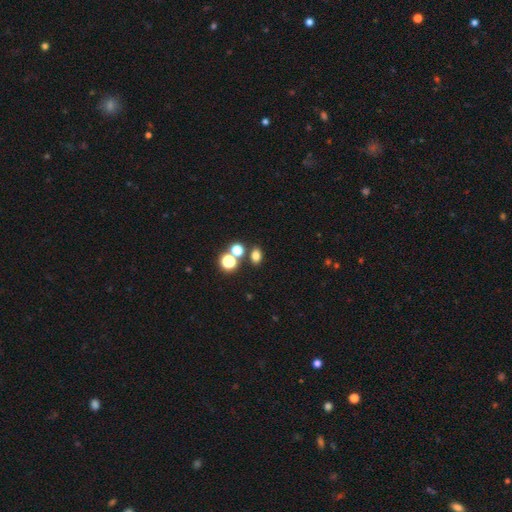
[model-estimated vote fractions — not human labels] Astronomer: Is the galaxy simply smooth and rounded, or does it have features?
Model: smooth — 74%.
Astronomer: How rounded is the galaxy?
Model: in between — 65%.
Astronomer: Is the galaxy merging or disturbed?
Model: none — 72%.